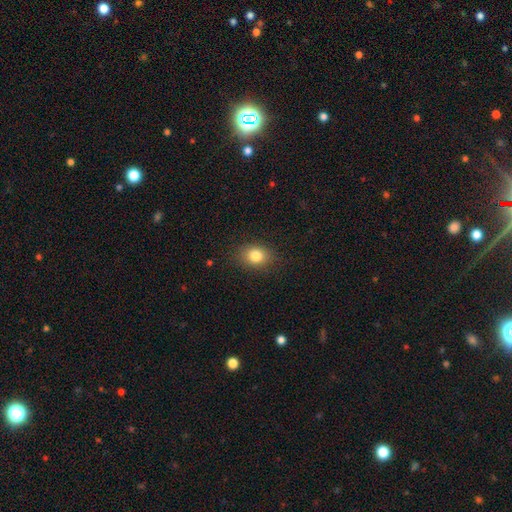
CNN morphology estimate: type=smooth (82%); roundness=in between (55%); merging=none (85%).